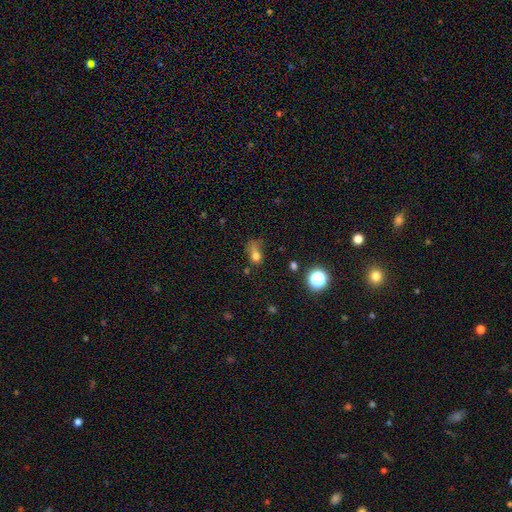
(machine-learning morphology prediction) type=smooth (68%); roundness=in between (52%); merging=major disturbance (39%).